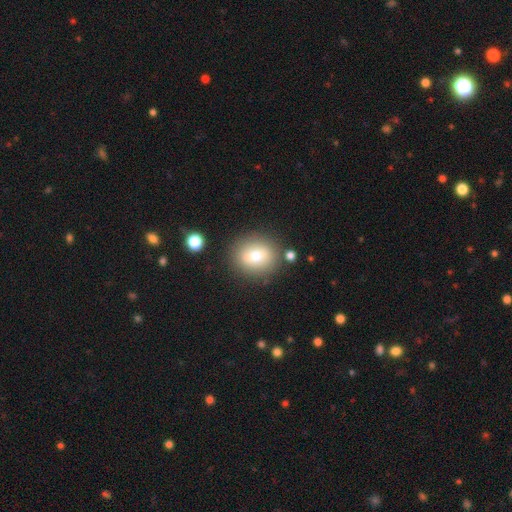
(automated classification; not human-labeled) Smooth or featured: smooth — 66% (featured or disk — 24%)
How rounded: round — 71% (in between — 27%)
Merging: none — 83% (minor disturbance — 10%)